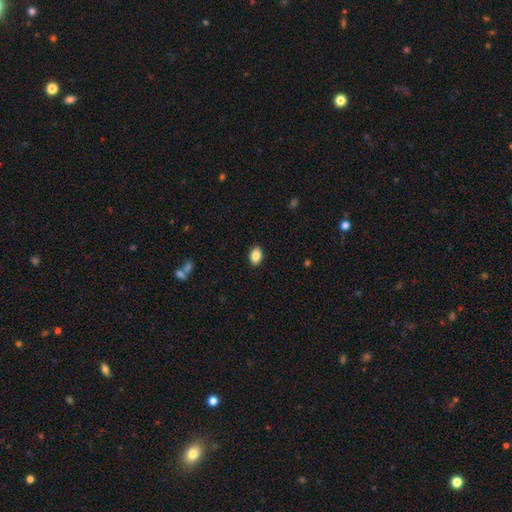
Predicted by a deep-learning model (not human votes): smooth_or_featured: smooth (p=0.86) [alt: star or artifact p=0.08]
how_rounded: in between (p=0.83) [alt: round p=0.16]
merging: none (p=0.90) [alt: minor disturbance p=0.08]